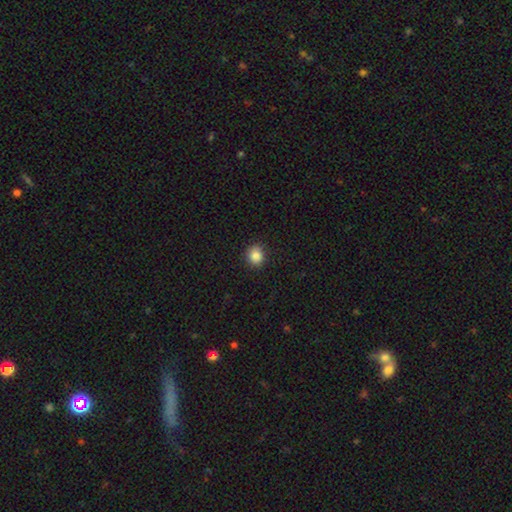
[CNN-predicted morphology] smooth_or_featured: smooth (p=0.86) [alt: star or artifact p=0.10]
how_rounded: round (p=0.79) [alt: in between p=0.20]
merging: none (p=0.89) [alt: minor disturbance p=0.08]